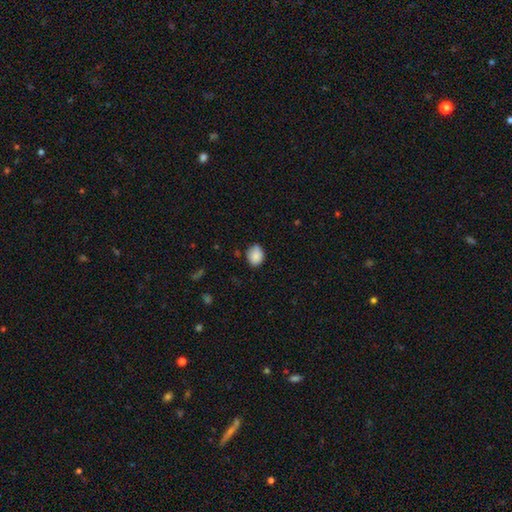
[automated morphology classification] type=smooth (86%); roundness=round (52%); merging=none (69%).